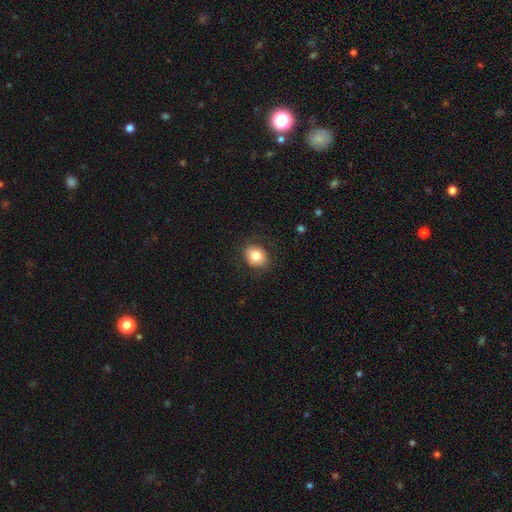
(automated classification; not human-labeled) A smooth galaxy with no disk features (81%) that is round (51%). Merging: none (85%).